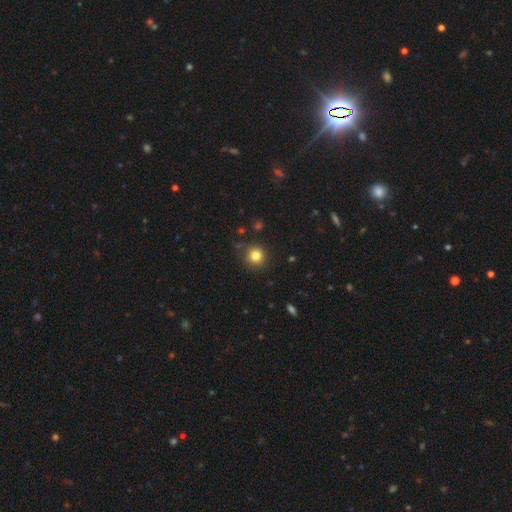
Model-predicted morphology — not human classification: This is clearly a smooth galaxy (82%). How rounded: clearly round (93%). Merging: clearly none (87%).